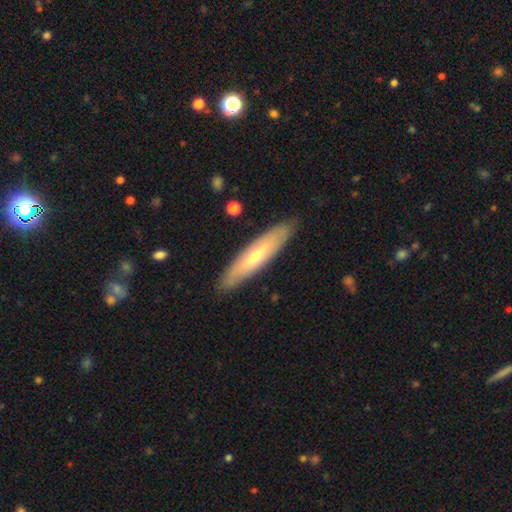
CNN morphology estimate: Smooth or featured? Predicted: featured or disk (p=0.51). Edge-on disk? Predicted: yes (p=0.62). Merging? Predicted: none (p=0.87).